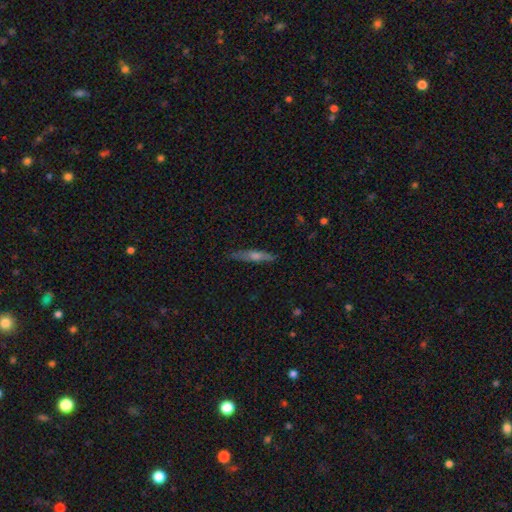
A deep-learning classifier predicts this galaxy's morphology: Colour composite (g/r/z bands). It shows a featured or disk galaxy (57%) viewed edge-on (94%) with a rounded central bulge (81%). Merging: none (85%).